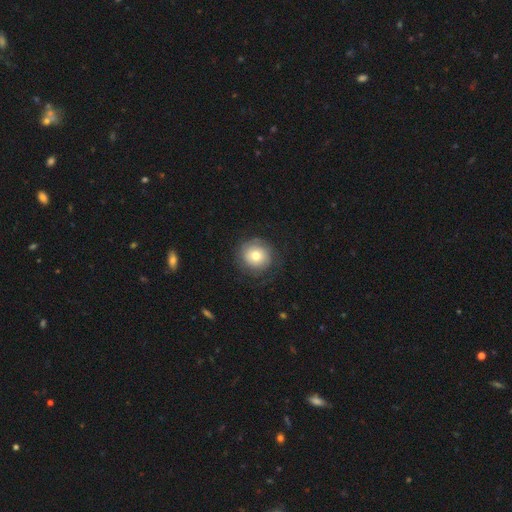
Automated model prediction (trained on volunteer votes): Morphology: type=smooth (62%); roundness=round (93%); merging=none (77%).